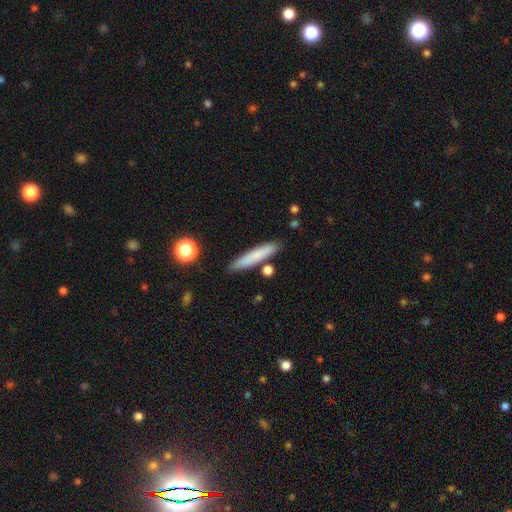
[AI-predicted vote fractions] Smooth or featured?
  - smooth: 76% *
  - featured or disk: 17%
  - star or artifact: 7%
How rounded?
  - cigar-shaped: 90% *
  - in between: 8%
  - round: 2%
Merging?
  - none: 83% *
  - minor disturbance: 10%
  - merger: 5%
  - major disturbance: 2%